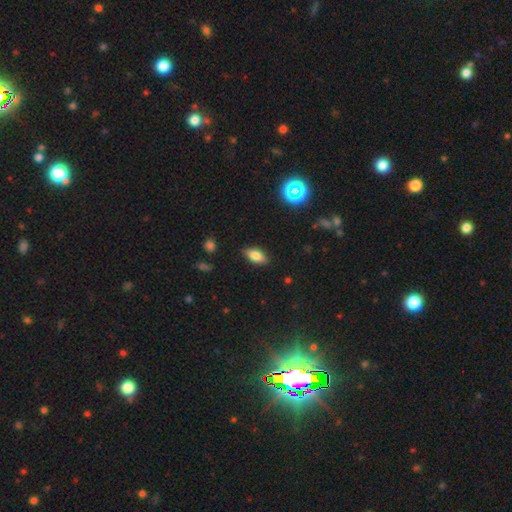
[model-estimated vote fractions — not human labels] This appears to be a smooth galaxy with no disk features (77%) that is in between round and cigar-shaped (86%). Merging: none (84%).